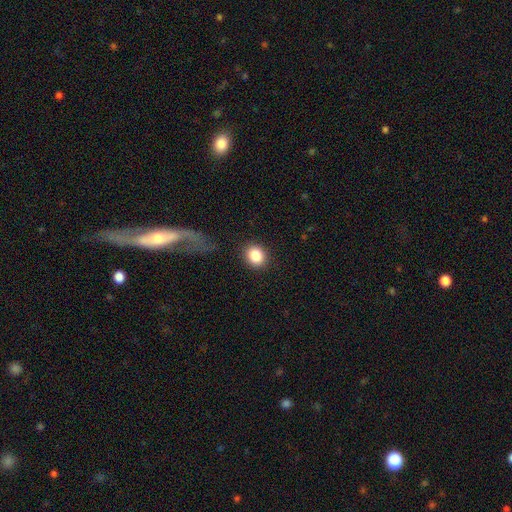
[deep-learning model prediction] Q: Smooth or featured?
A: smooth (85%); runner-up: star or artifact (9%)
Q: How rounded?
A: round (73%); runner-up: in between (26%)
Q: Merging?
A: none (86%); runner-up: minor disturbance (9%)